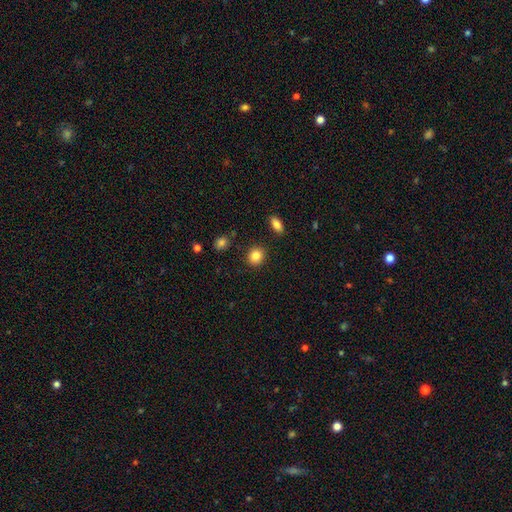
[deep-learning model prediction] The model was most divided on "how rounded": round: 79%, in between: 20%, cigar-shaped: 1%. More confident: merging — none (89%); smooth or featured — smooth (86%).